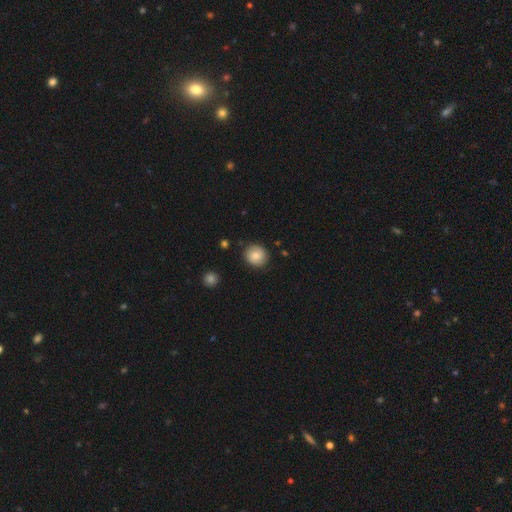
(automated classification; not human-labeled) This is likely a smooth galaxy (78%). How rounded: clearly round (82%). Merging: clearly none (85%).